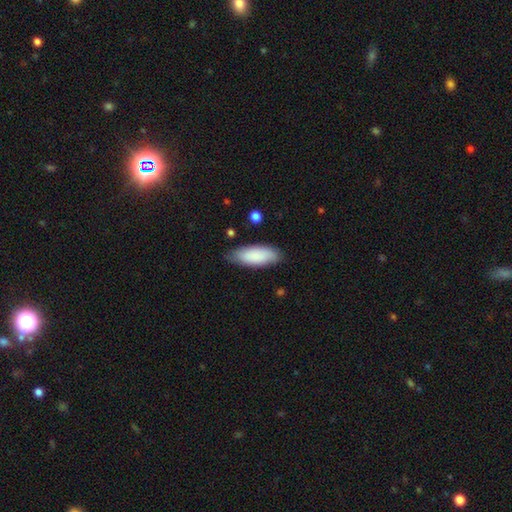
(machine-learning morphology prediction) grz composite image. It shows a smooth galaxy with no disk features (86%) that is in between round and cigar-shaped (77%). Merging: none (77%).